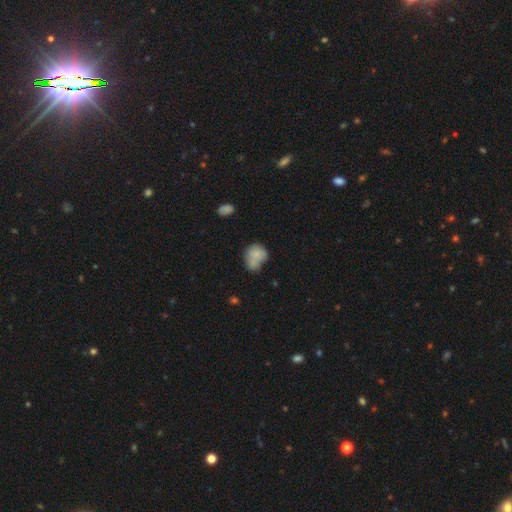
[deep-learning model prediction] Smooth or featured? Predicted: smooth (p=0.75). How rounded? Predicted: round (p=0.59). Merging? Predicted: none (p=0.36).